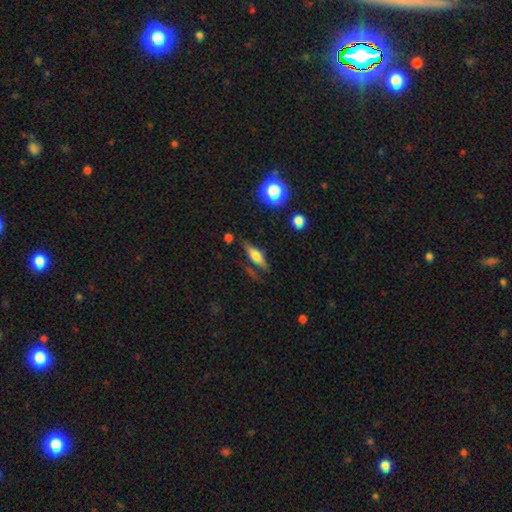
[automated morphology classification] type=smooth (54%); roundness=in between (50%); merging=none (72%).